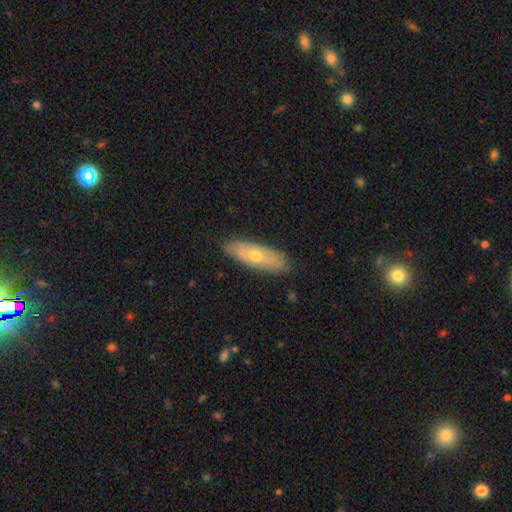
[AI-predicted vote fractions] The model was most divided on "smooth or featured": smooth: 54%, featured or disk: 40%, star or artifact: 6%. More confident: merging — none (83%); how rounded — in between (65%).